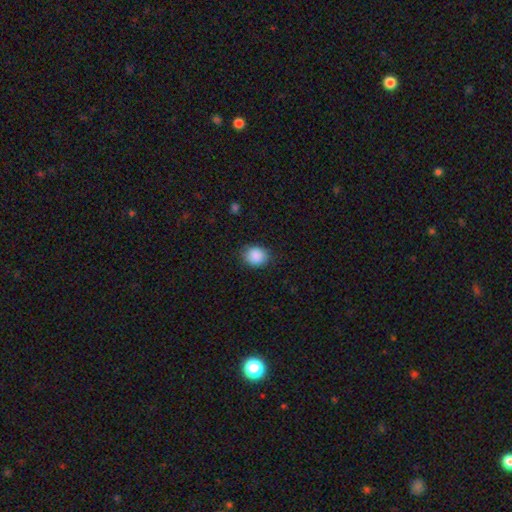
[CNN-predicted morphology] Smooth or featured? smooth (89%)
How rounded? round (66%)
Merging? none (83%)